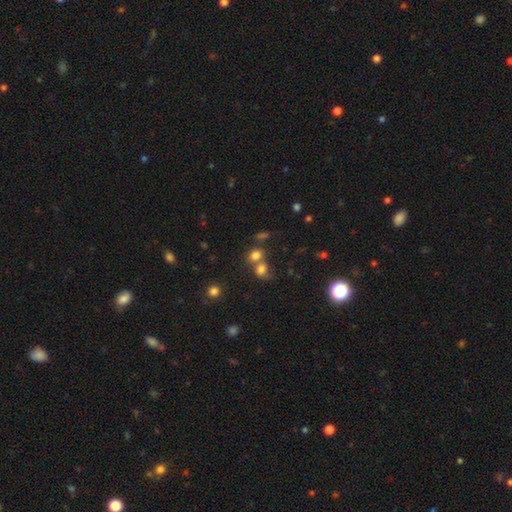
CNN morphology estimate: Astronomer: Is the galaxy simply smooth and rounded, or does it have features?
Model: smooth — 77%.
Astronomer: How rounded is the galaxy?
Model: round — 55% (runner-up: in between, 44%).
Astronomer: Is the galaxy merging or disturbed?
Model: merger — 50% (runner-up: none, 38%).